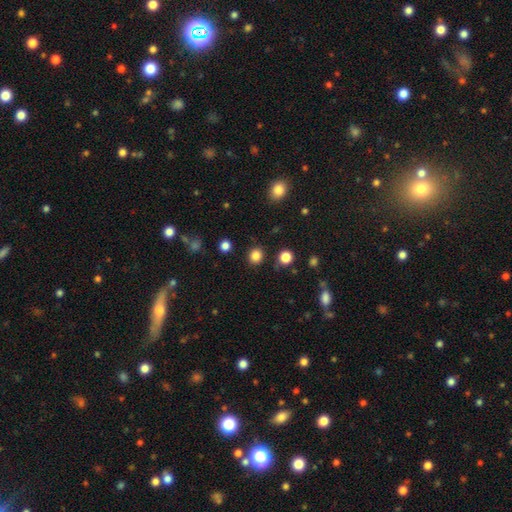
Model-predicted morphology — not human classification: The model was most divided on "how rounded": round: 84%, in between: 15%, cigar-shaped: 1%. More confident: merging — none (88%); smooth or featured — smooth (84%).